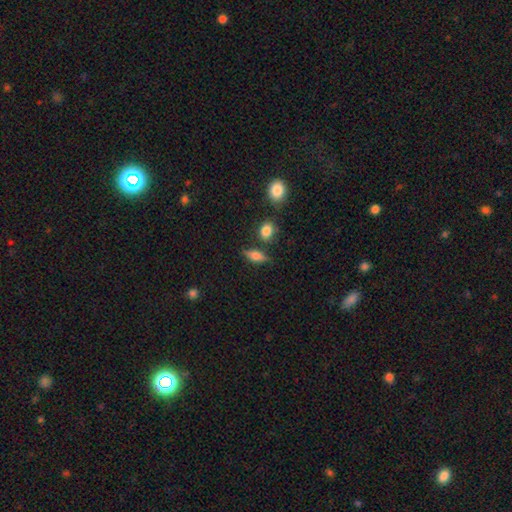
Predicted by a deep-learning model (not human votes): This is likely a smooth galaxy (62%). How rounded: likely in between (68%). Merging: likely none (72%).